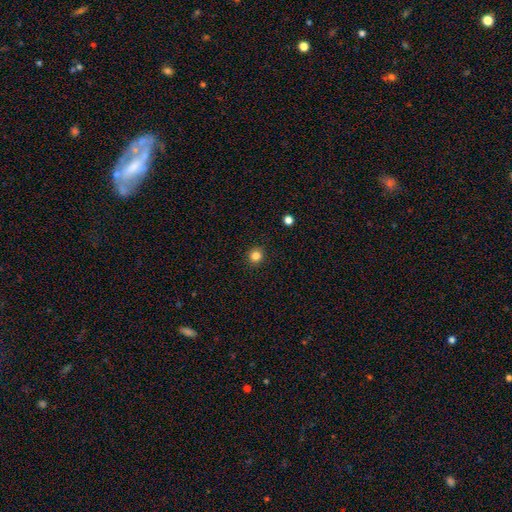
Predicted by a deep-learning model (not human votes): This is clearly a smooth galaxy (83%). How rounded: clearly round (92%). Merging: clearly none (93%).